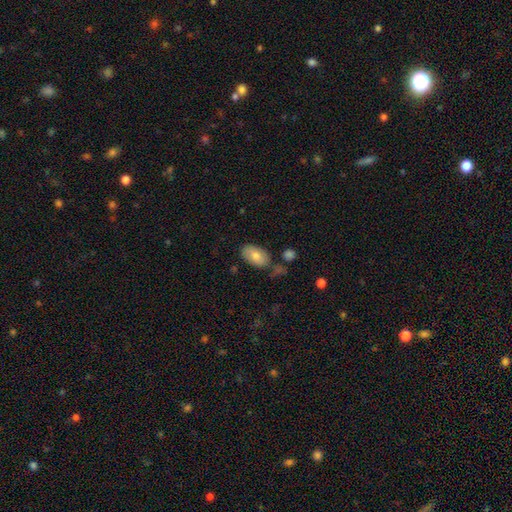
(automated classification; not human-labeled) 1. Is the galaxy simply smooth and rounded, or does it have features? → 76% smooth, 17% featured or disk, 7% star or artifact.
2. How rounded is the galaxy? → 93% in between, 5% round, 2% cigar-shaped.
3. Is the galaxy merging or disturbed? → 73% none, 16% minor disturbance, 7% merger, 4% major disturbance.